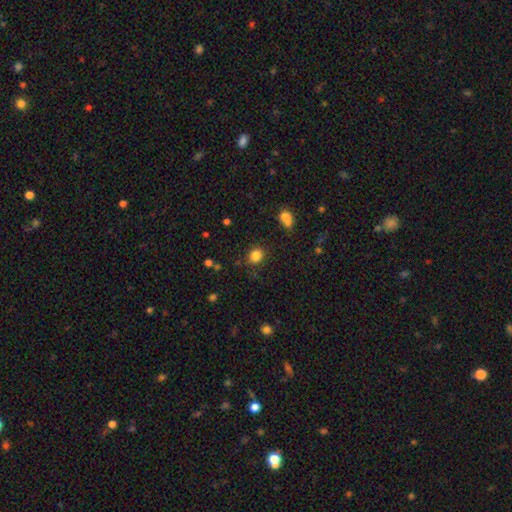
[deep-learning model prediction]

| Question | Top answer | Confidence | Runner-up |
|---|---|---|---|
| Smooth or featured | smooth | 84% | star or artifact (12%) |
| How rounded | round | 66% | in between (33%) |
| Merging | none | 84% | minor disturbance (10%) |